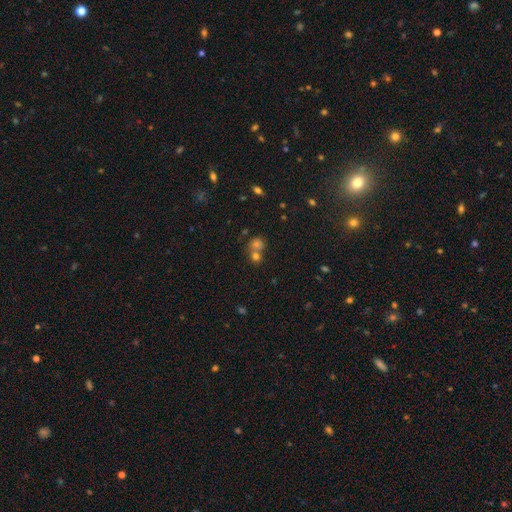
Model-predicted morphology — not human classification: Q: Smooth or featured?
A: smooth (46%); runner-up: star or artifact (42%)
Q: Merging?
A: none (54%); runner-up: merger (31%)